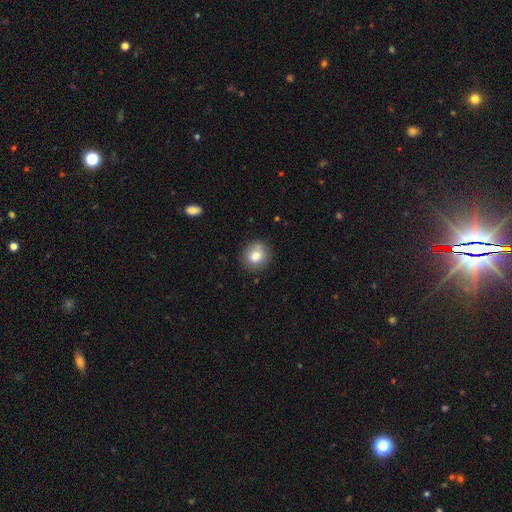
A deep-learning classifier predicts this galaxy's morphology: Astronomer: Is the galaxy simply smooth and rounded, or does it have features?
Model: smooth — 79%.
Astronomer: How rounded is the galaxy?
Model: round — 84%.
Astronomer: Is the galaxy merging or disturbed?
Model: none — 81%.